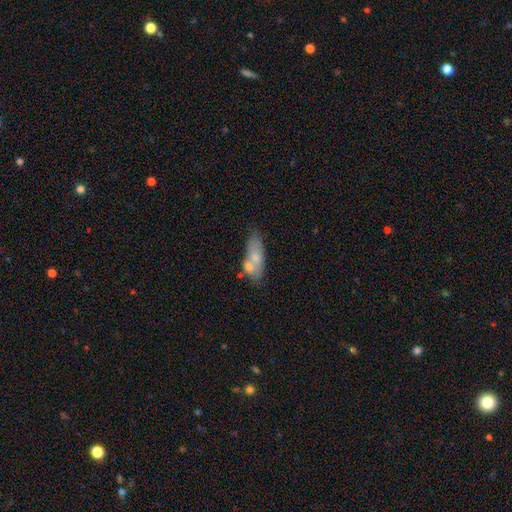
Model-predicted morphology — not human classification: A smooth galaxy with no disk features (66%) that is in between round and cigar-shaped (75%). Merging: none (39%).